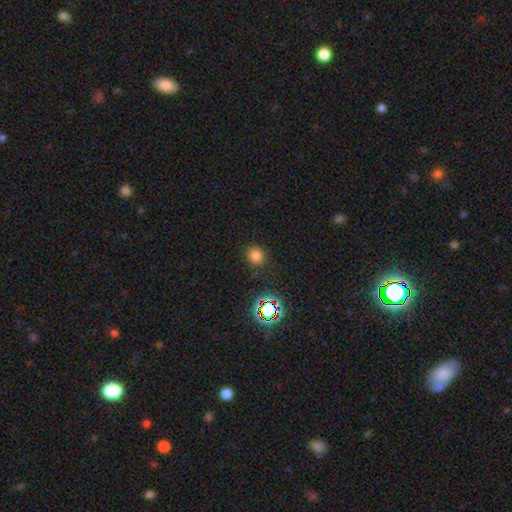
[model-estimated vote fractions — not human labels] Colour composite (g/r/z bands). It shows a smooth galaxy with no disk features (75%) that is round (79%). Merging: none (84%).